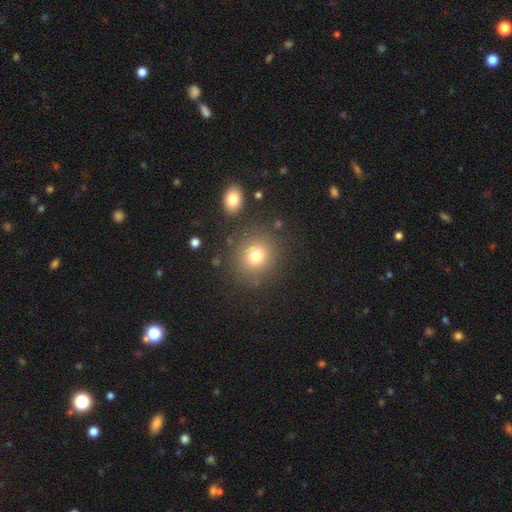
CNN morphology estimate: type=smooth (76%); roundness=round (85%); merging=none (84%).